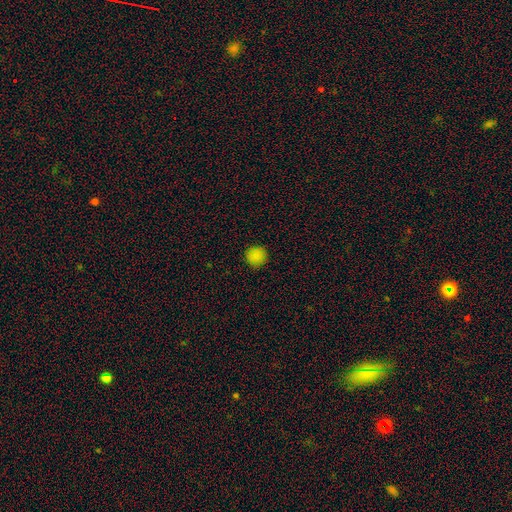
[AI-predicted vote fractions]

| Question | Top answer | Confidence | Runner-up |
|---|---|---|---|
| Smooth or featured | smooth | 85% | star or artifact (12%) |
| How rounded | round | 94% | in between (5%) |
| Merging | none | 92% | minor disturbance (5%) |